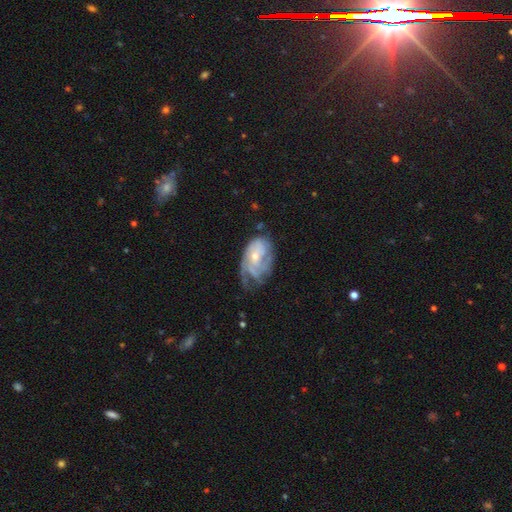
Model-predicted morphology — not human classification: Smooth or featured: featured or disk — 76% (smooth — 18%)
Edge-on disk: no — 96% (yes — 4%)
Bar: no — 70% (weak — 26%)
Spiral arms: yes — 88% (no — 12%)
Spiral winding: tight — 51% (medium — 34%)
Spiral arm count: can't tell — 39% (3 — 21%)
Bulge size: small — 54% (moderate — 41%)
Merging: none — 43% (minor disturbance — 30%)